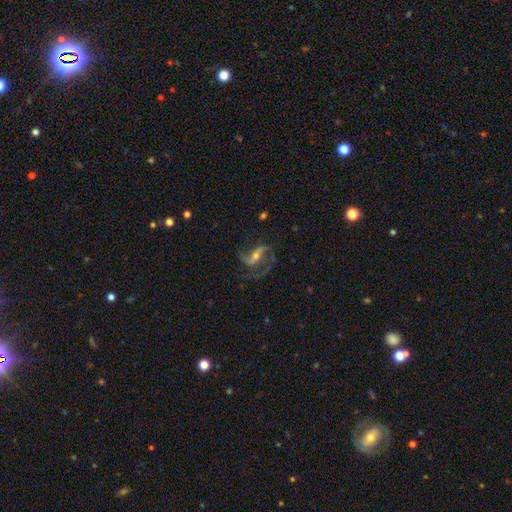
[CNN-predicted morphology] Smooth or featured? Predicted: featured or disk (p=0.86). Edge-on disk? Predicted: no (p=0.96). Bar? Predicted: strong (p=0.44). Spiral arms? Predicted: yes (p=0.95). Spiral winding? Predicted: loose (p=0.50). Spiral arm count? Predicted: 2 (p=0.80). Bulge size? Predicted: small (p=0.50). Merging? Predicted: none (p=0.62).